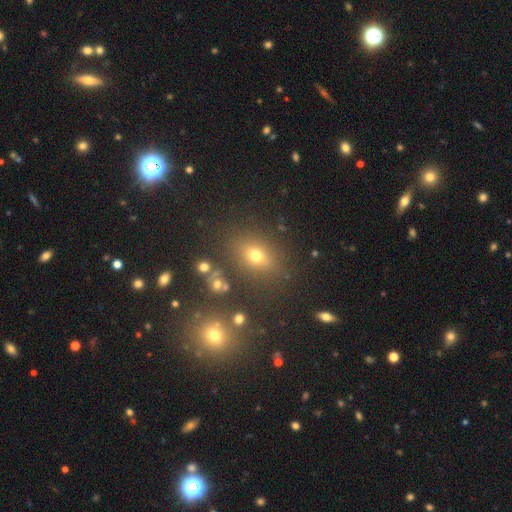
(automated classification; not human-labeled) A smooth galaxy with no disk features (66%) that is in between round and cigar-shaped (62%).

Vote fractions:
- Smooth or featured? smooth: 66% / star or artifact: 21% / featured or disk: 14%
- How rounded? in between: 62% / round: 34% / cigar-shaped: 4%
- Merging? none: 79% / minor disturbance: 11% / merger: 5% / major disturbance: 5%